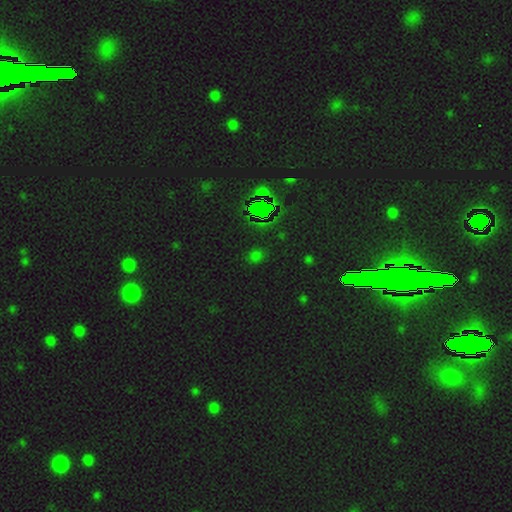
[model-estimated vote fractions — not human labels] Morphology: type=star or artifact (53%).